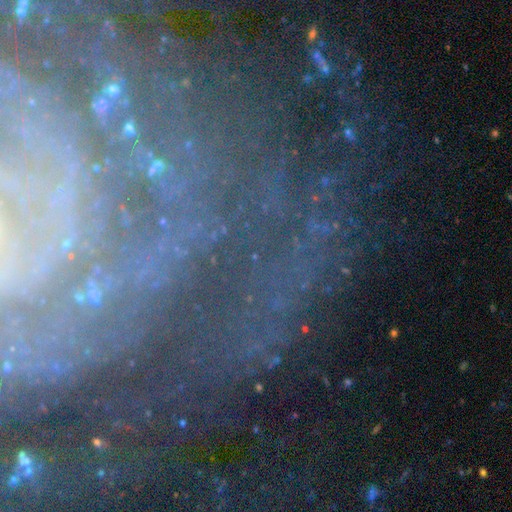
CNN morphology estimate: Smooth or featured? Predicted: featured or disk (p=0.65). Edge-on disk? Predicted: no (p=0.93). Bar? Predicted: no (p=0.50). Spiral arms? Predicted: yes (p=0.86). Spiral winding? Predicted: tight (p=0.71). Spiral arm count? Predicted: can't tell (p=0.31). Bulge size? Predicted: small (p=0.64). Merging? Predicted: none (p=0.67).